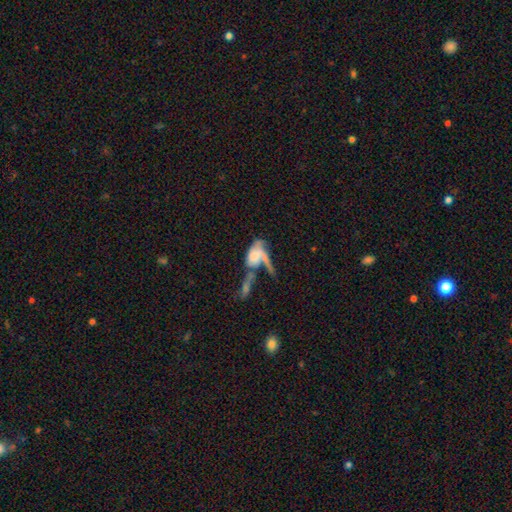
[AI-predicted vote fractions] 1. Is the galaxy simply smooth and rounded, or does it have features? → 47% featured or disk, 43% smooth, 10% star or artifact.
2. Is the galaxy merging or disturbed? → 50% merger, 28% major disturbance, 14% none, 9% minor disturbance.